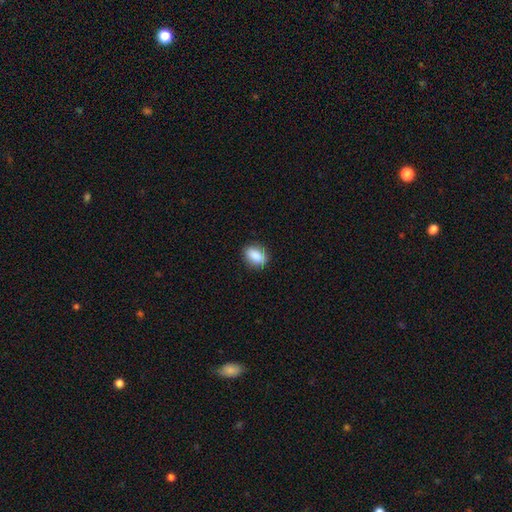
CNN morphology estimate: Smooth or featured?
  - smooth: 87% *
  - star or artifact: 7%
  - featured or disk: 6%
How rounded?
  - in between: 82% *
  - round: 14%
  - cigar-shaped: 4%
Merging?
  - none: 86% *
  - minor disturbance: 10%
  - major disturbance: 2%
  - merger: 1%